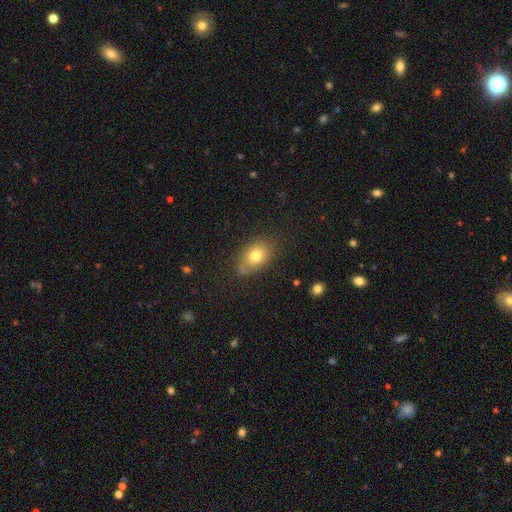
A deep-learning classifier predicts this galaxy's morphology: smooth_or_featured: smooth (p=0.76) [alt: featured or disk p=0.14]
how_rounded: in between (p=0.78) [alt: round p=0.21]
merging: none (p=0.69) [alt: minor disturbance p=0.22]